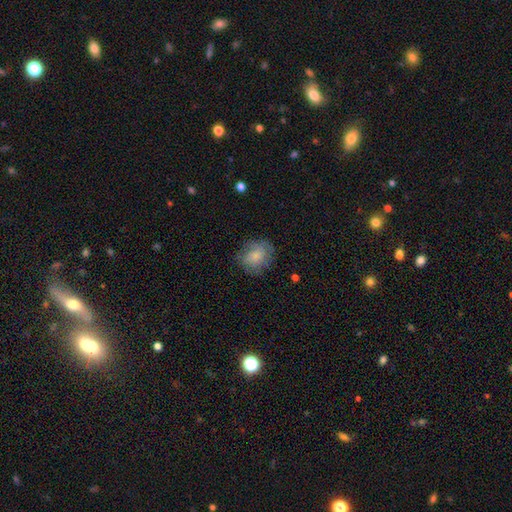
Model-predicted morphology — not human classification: Smooth or featured?
  - smooth: 70% *
  - featured or disk: 22%
  - star or artifact: 8%
How rounded?
  - round: 68% *
  - in between: 31%
  - cigar-shaped: 1%
Merging?
  - none: 71% *
  - minor disturbance: 20%
  - major disturbance: 8%
  - merger: 1%